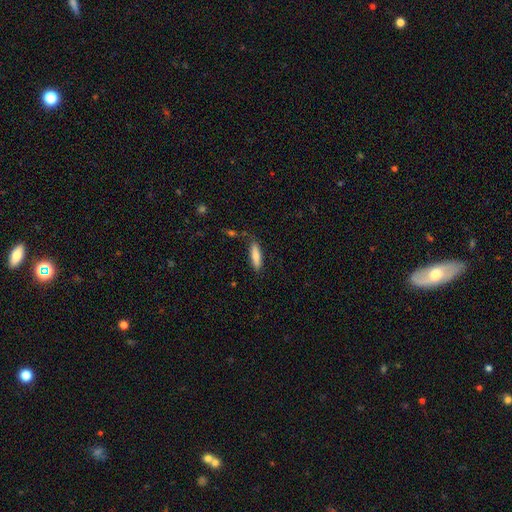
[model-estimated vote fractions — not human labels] This appears to be a smooth galaxy with no disk features (81%) that is cigar-shaped (68%). Merging: none (82%).